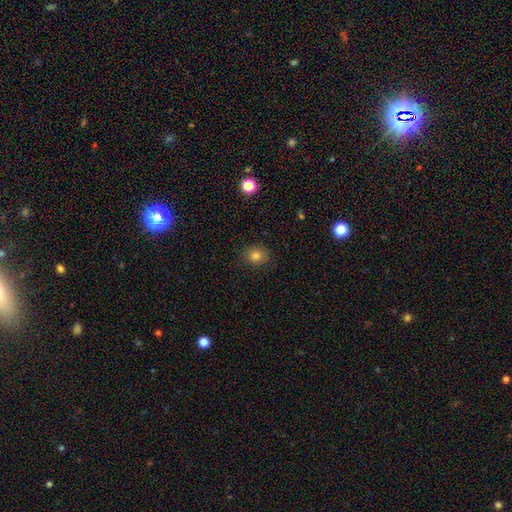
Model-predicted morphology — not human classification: A smooth galaxy with no disk features (81%) that is round (68%).

Vote fractions:
- Smooth or featured? smooth: 81% / star or artifact: 13% / featured or disk: 7%
- How rounded? round: 68% / in between: 31% / cigar-shaped: 1%
- Merging? none: 83% / minor disturbance: 12% / major disturbance: 3% / merger: 1%